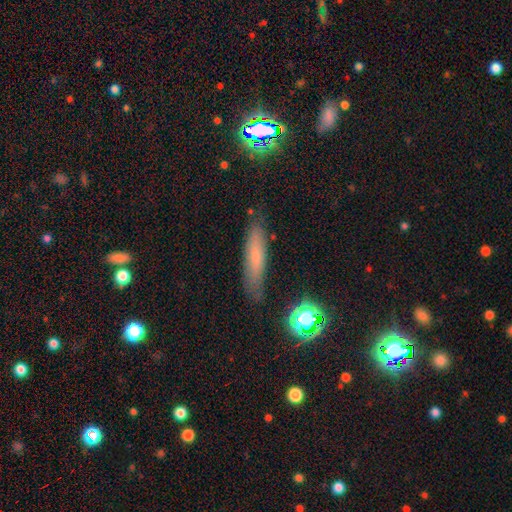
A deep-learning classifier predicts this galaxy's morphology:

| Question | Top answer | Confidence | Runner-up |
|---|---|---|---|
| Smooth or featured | smooth | 66% | featured or disk (22%) |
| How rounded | cigar-shaped | 80% | in between (17%) |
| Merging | none | 82% | minor disturbance (13%) |